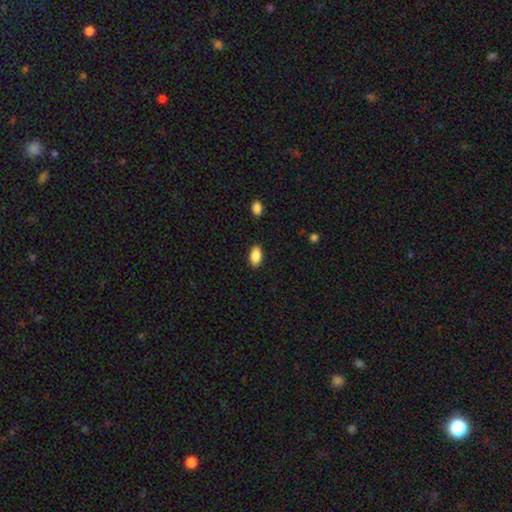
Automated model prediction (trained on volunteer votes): smooth-or-featured: smooth: 88% | star or artifact: 7% | featured or disk: 5%
  how-rounded: in between: 93% | round: 4% | cigar-shaped: 3%
  merging: none: 87% | minor disturbance: 10% | major disturbance: 2% | merger: 1%